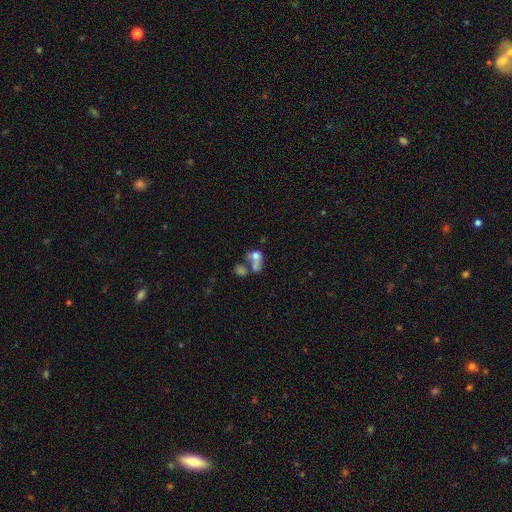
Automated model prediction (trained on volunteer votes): Smooth or featured? smooth (61%)
How rounded? in between (60%)
Merging? merger (60%)